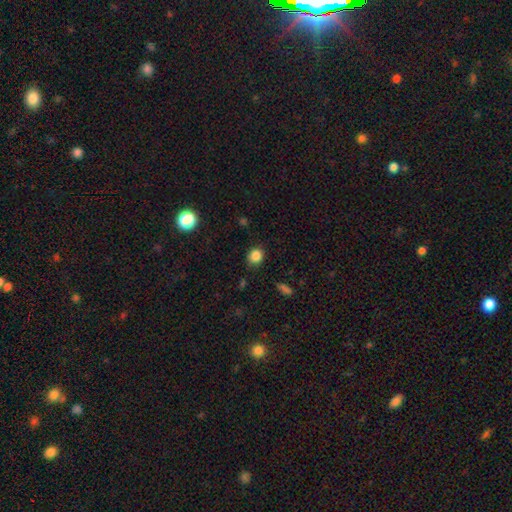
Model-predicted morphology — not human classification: Smooth or featured: smooth — 85% (star or artifact — 11%)
How rounded: round — 78% (in between — 21%)
Merging: none — 82% (minor disturbance — 13%)